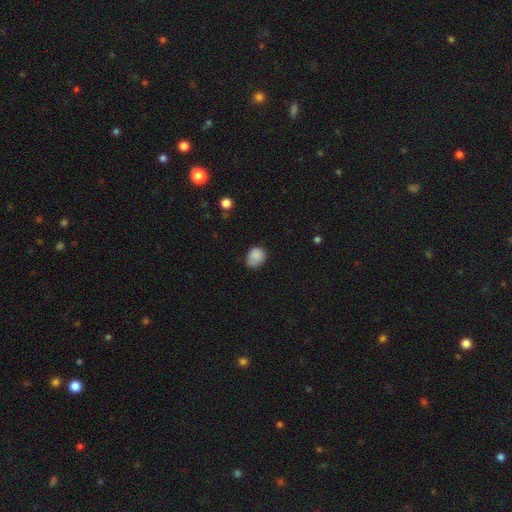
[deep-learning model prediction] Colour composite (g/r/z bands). It shows a smooth galaxy with no disk features (84%) that is round (54%). Merging: none (57%).